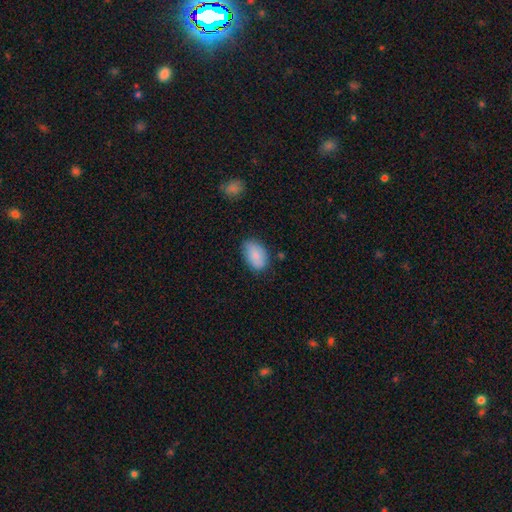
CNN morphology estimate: Smooth or featured? Predicted: smooth (p=0.85). How rounded? Predicted: in between (p=0.91). Merging? Predicted: none (p=0.73).